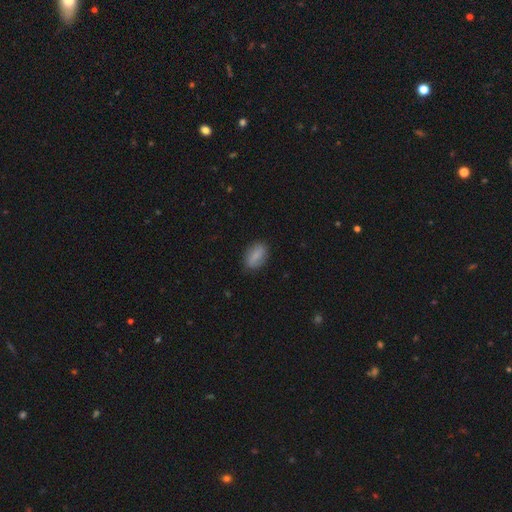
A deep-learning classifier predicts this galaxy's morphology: smooth_or_featured: smooth (p=0.80) [alt: featured or disk p=0.13]
how_rounded: in between (p=0.88) [alt: round p=0.08]
merging: none (p=0.82) [alt: minor disturbance p=0.13]